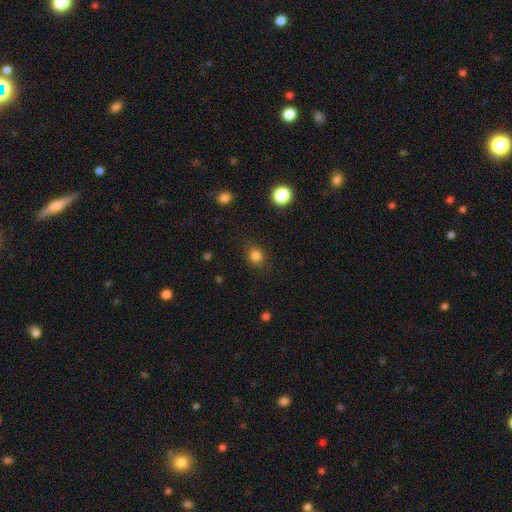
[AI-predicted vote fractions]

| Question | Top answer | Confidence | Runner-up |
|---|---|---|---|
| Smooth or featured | smooth | 82% | star or artifact (13%) |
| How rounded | round | 82% | in between (17%) |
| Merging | none | 86% | minor disturbance (9%) |